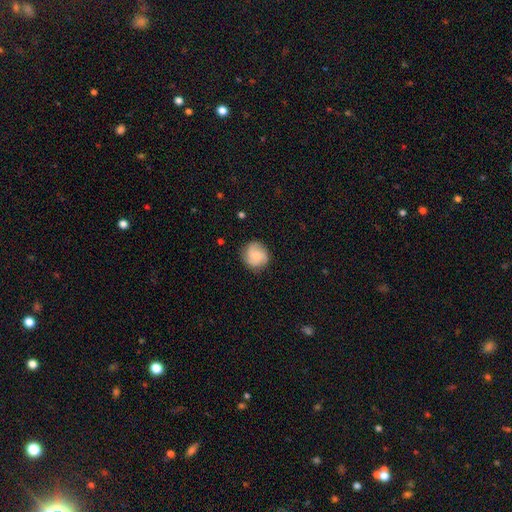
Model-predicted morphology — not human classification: A smooth galaxy with no disk features (49%).

Vote fractions:
- Smooth or featured? smooth: 49% / featured or disk: 43% / star or artifact: 8%
- Merging? none: 83% / minor disturbance: 13% / major disturbance: 4% / merger: 1%